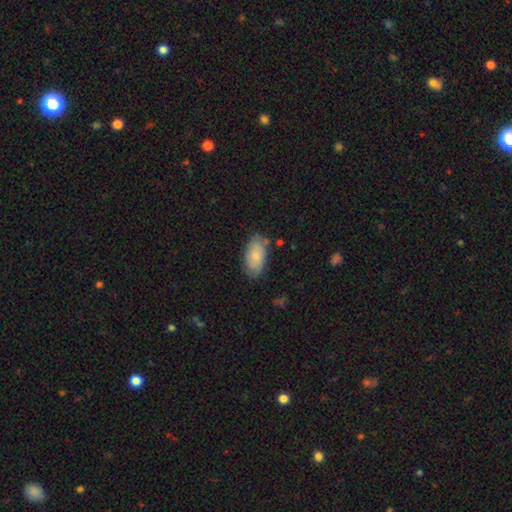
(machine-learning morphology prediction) Smooth or featured? Predicted: smooth (p=0.72). How rounded? Predicted: in between (p=0.93). Merging? Predicted: none (p=0.75).